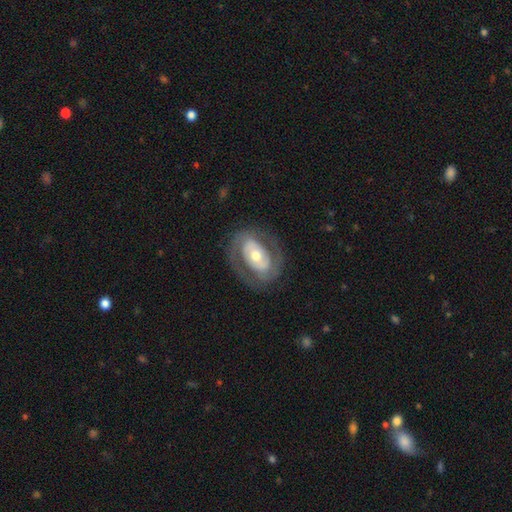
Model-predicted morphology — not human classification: The model was most divided on "spiral arms": yes: 63%, no: 37%. More confident: edge-on disk — no (95%); merging — none (77%); smooth or featured — featured or disk (74%); bulge size — moderate (67%); bar — no (54%).